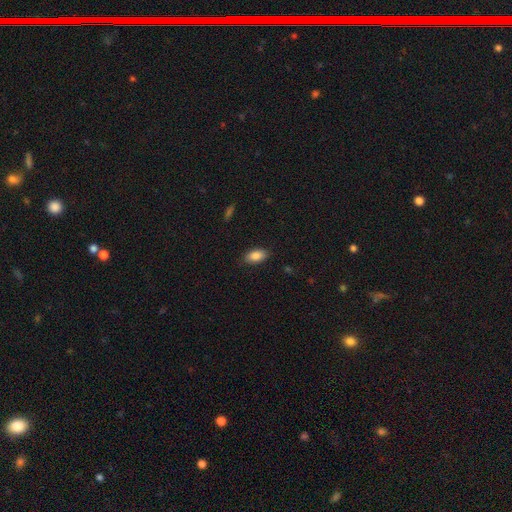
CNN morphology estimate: This appears to be a smooth galaxy with no disk features (86%) that is in between round and cigar-shaped (92%). Merging: none (86%).